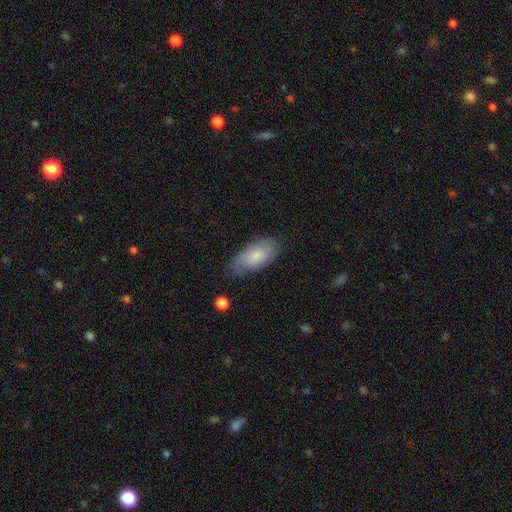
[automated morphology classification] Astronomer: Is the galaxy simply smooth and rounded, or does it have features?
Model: smooth — 72%.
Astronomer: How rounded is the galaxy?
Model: in between — 91%.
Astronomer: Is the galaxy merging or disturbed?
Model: none — 68%.